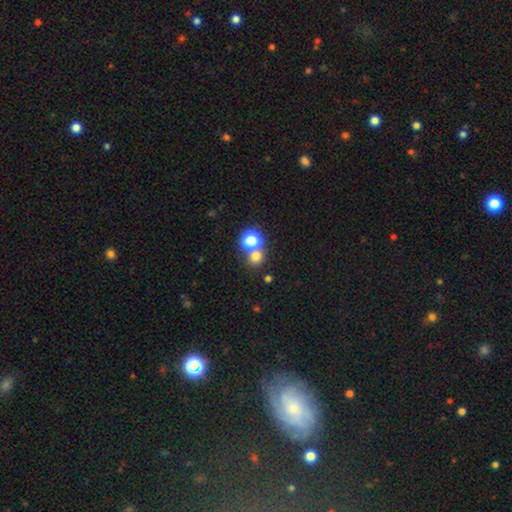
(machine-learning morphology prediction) type=smooth (71%); roundness=round (83%); merging=none (56%).